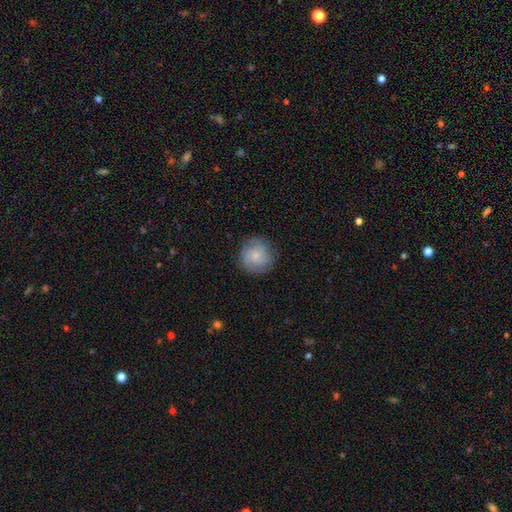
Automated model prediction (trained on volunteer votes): Smooth or featured: smooth — 54% (featured or disk — 39%)
How rounded: round — 93% (in between — 6%)
Merging: none — 84% (minor disturbance — 12%)